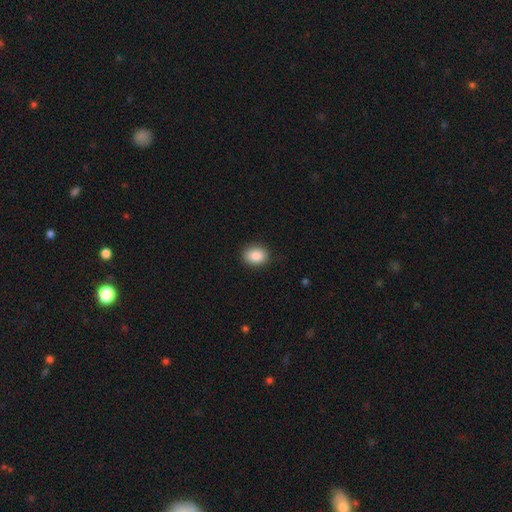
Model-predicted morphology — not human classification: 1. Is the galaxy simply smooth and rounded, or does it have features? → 88% smooth, 8% star or artifact, 4% featured or disk.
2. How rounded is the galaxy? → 53% in between, 46% round, 1% cigar-shaped.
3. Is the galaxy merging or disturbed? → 88% none, 9% minor disturbance, 2% major disturbance, 1% merger.